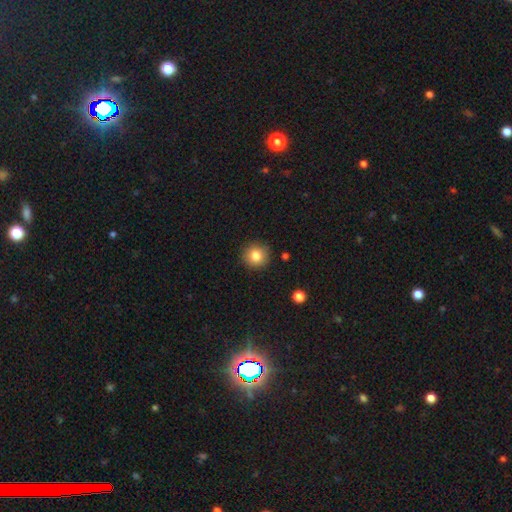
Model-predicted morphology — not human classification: This is clearly a smooth galaxy (83%). How rounded: clearly round (93%). Merging: clearly none (90%).